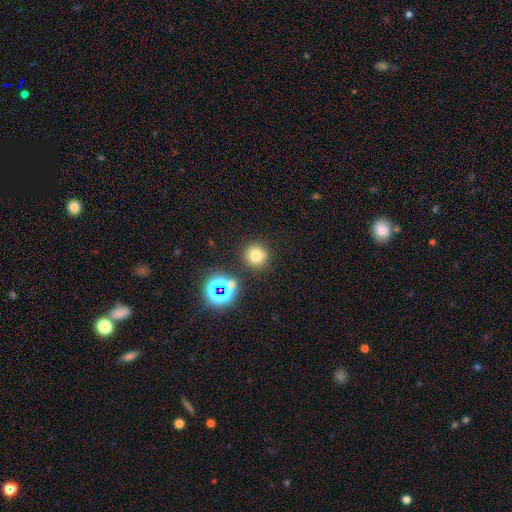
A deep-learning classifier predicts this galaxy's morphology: smooth 70%, star or artifact 20%, featured or disk 9%. Down the decision tree: how rounded — round (94%); merging — none (84%).